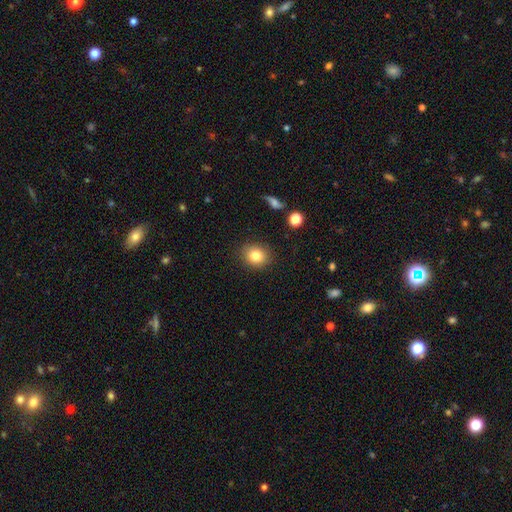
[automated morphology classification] Overall: smooth (81%). How rounded: round (69%; in between 30%). Merging: none (88%).